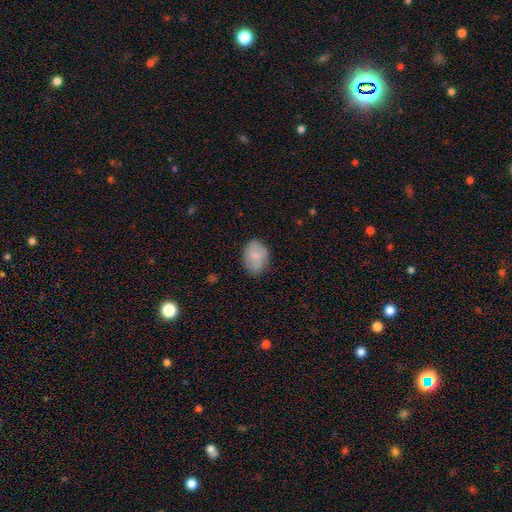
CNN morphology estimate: type=smooth (78%); roundness=in between (69%); merging=none (77%).